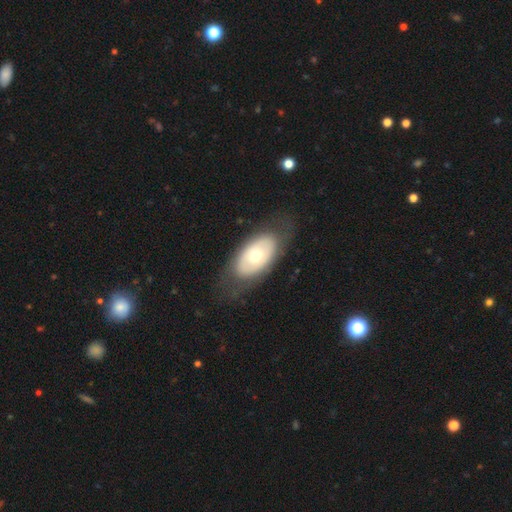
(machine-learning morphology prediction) This appears to be a smooth galaxy with no disk features (52%) that is in between round and cigar-shaped (92%). Merging: none (74%).